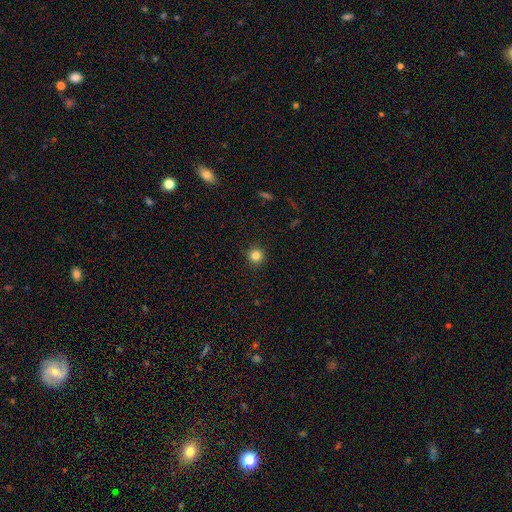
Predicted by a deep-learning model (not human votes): smooth 83%, star or artifact 12%, featured or disk 5%. Down the decision tree: how rounded — round (95%); merging — none (92%).